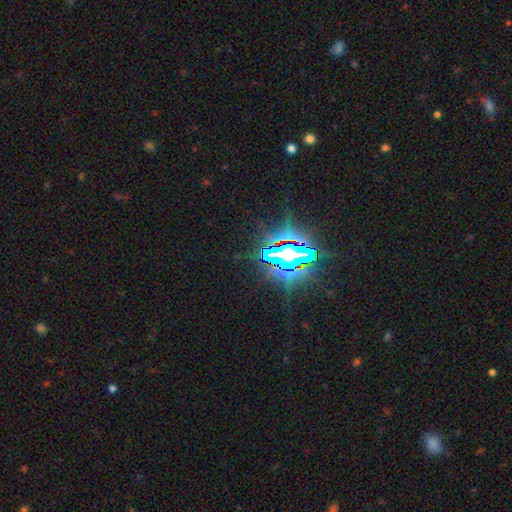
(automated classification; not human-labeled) The model was most divided on "smooth or featured": star or artifact: 82%, smooth: 9%, featured or disk: 9%.